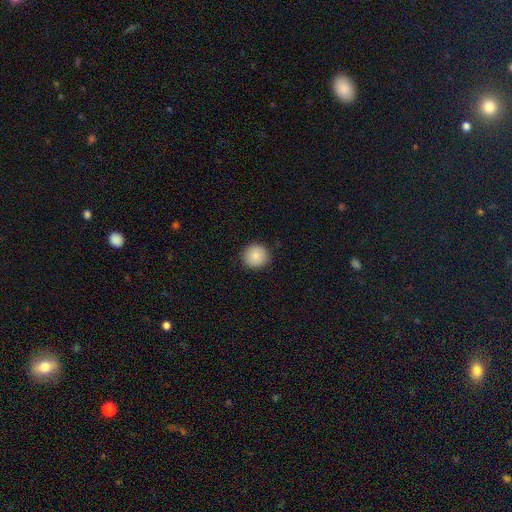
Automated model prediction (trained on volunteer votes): smooth 87%, star or artifact 8%, featured or disk 5%. Down the decision tree: how rounded — round (94%); merging — none (91%).